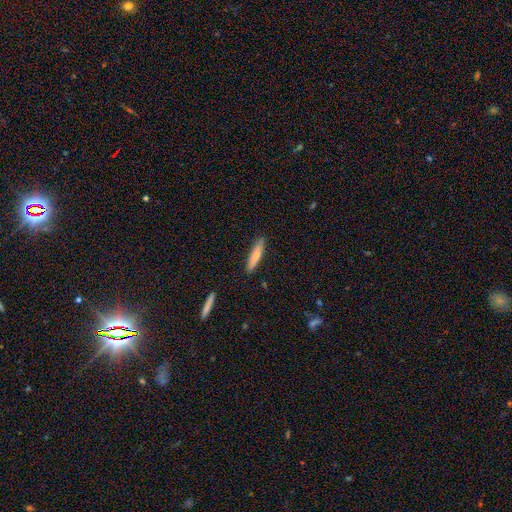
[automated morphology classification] This is likely a smooth galaxy (75%). How rounded: clearly cigar-shaped (86%). Merging: clearly none (88%).